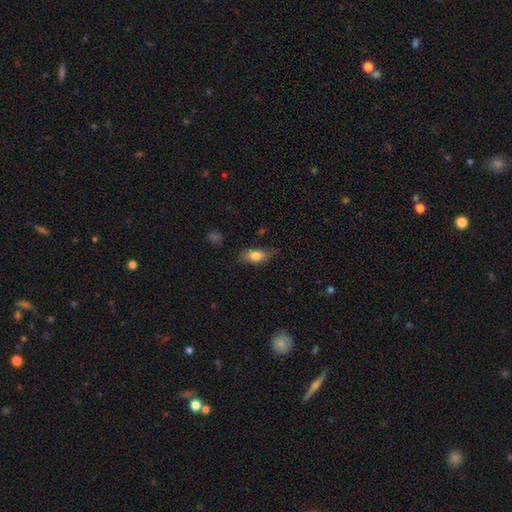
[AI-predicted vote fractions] The model was most divided on "merging": none: 69%, minor disturbance: 24%, major disturbance: 6%, merger: 2%. More confident: how rounded — in between (83%); smooth or featured — smooth (78%).